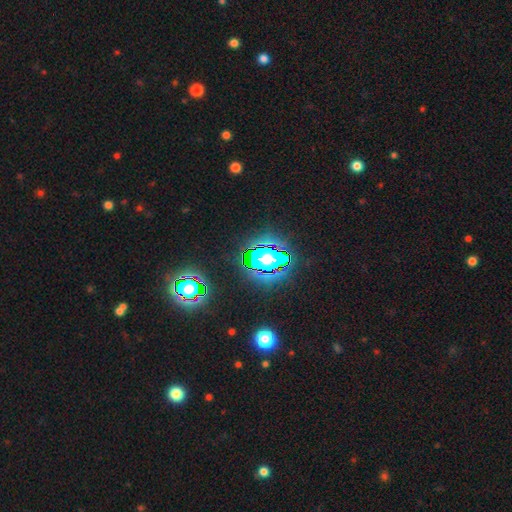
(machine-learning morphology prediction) A star or artifact, not a galaxy (82%).